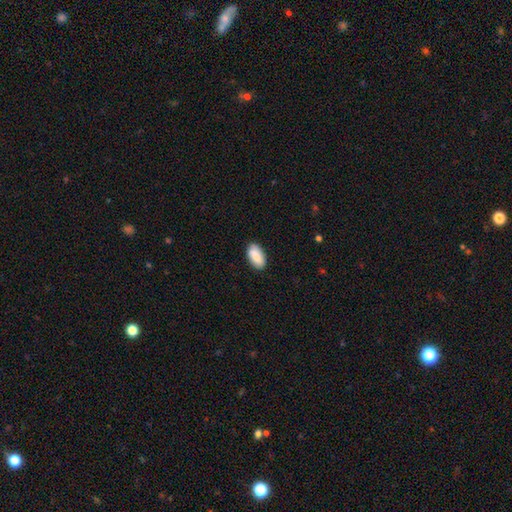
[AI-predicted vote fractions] Smooth or featured?
  - smooth: 87% *
  - featured or disk: 7%
  - star or artifact: 6%
How rounded?
  - in between: 94% *
  - cigar-shaped: 4%
  - round: 2%
Merging?
  - none: 87% *
  - minor disturbance: 10%
  - major disturbance: 2%
  - merger: 1%